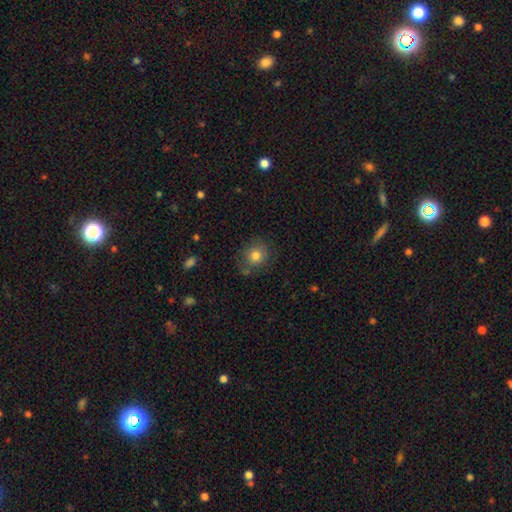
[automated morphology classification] smooth_or_featured: smooth (p=0.80) [alt: star or artifact p=0.11]
how_rounded: round (p=0.84) [alt: in between p=0.15]
merging: none (p=0.77) [alt: minor disturbance p=0.15]